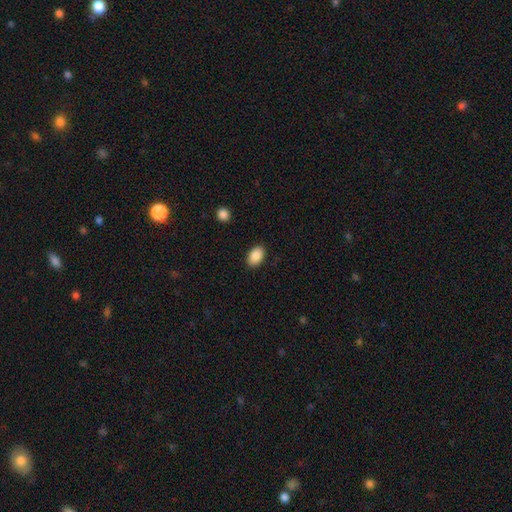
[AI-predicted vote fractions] smooth_or_featured: smooth (p=0.89) [alt: star or artifact p=0.07]
how_rounded: in between (p=0.89) [alt: round p=0.10]
merging: none (p=0.89) [alt: minor disturbance p=0.08]